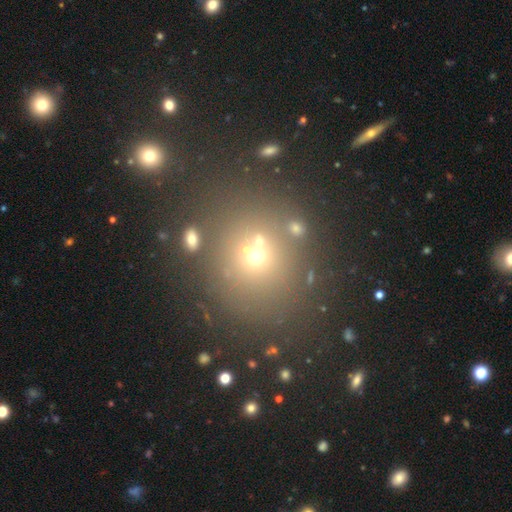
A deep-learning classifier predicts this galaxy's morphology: smooth-or-featured: smooth: 50% | star or artifact: 37% | featured or disk: 13%
  merging: none: 69% | merger: 17% | minor disturbance: 9% | major disturbance: 5%